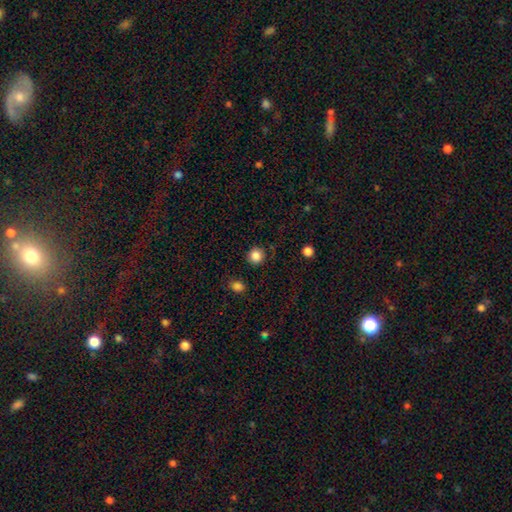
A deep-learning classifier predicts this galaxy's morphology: Overall: smooth (85%). How rounded: round (93%). Merging: none (87%).